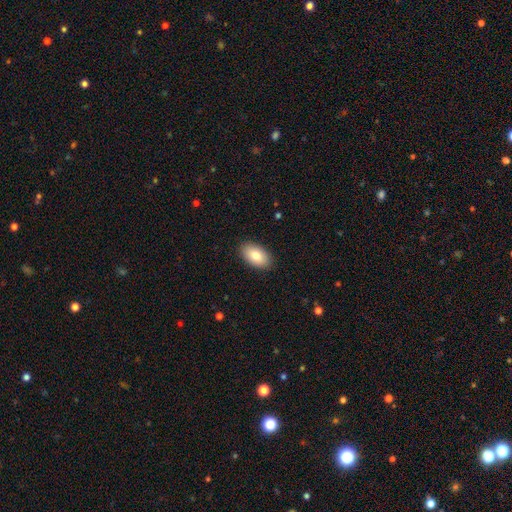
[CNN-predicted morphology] type=smooth (80%); roundness=in between (94%); merging=none (89%).